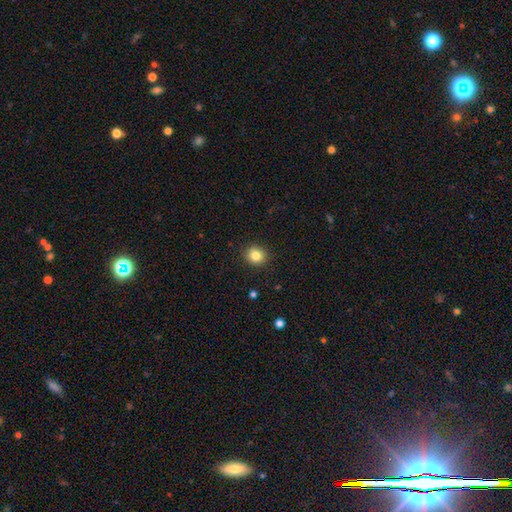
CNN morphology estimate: Overall: smooth (83%). How rounded: round (83%). Merging: none (90%).